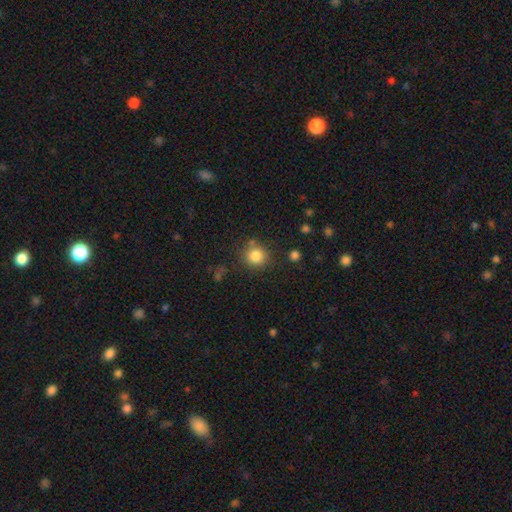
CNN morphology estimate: smooth-or-featured: smooth: 83% | star or artifact: 11% | featured or disk: 6%
  how-rounded: round: 90% | in between: 9% | cigar-shaped: 1%
  merging: none: 79% | minor disturbance: 11% | merger: 6% | major disturbance: 4%